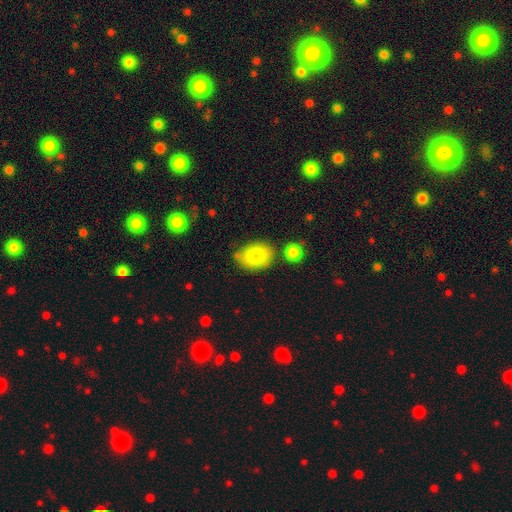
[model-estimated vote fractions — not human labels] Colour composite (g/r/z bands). It shows a smooth galaxy with no disk features (80%) that is in between round and cigar-shaped (65%). Merging: none (67%).